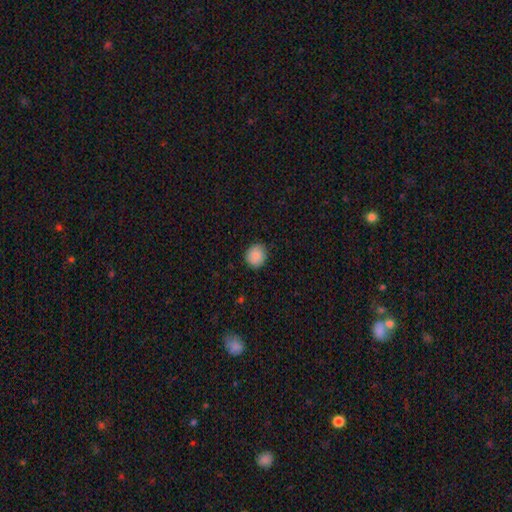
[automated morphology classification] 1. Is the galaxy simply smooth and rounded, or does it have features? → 88% smooth, 8% star or artifact, 4% featured or disk.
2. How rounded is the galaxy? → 80% round, 19% in between, 1% cigar-shaped.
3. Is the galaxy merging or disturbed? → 86% none, 11% minor disturbance, 2% major disturbance, 1% merger.